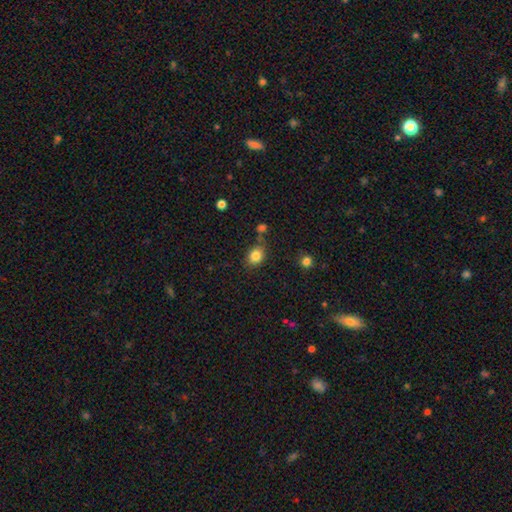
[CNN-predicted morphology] Smooth or featured? Predicted: smooth (p=0.84). How rounded? Predicted: round (p=0.50). Merging? Predicted: none (p=0.70).